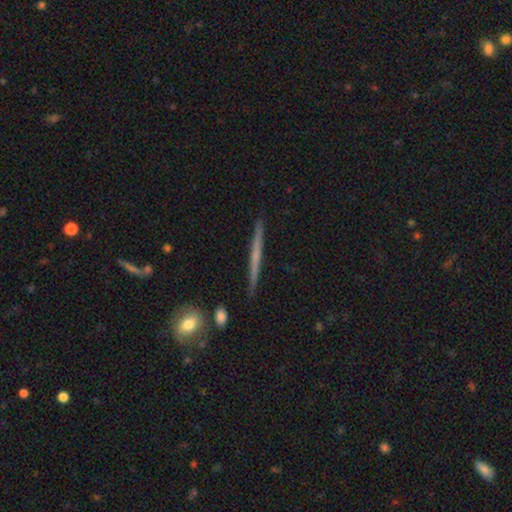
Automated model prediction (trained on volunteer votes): A featured or disk galaxy (59%) viewed edge-on (97%) with no central bulge (76%).

Vote fractions:
- Smooth or featured? featured or disk: 59% / smooth: 35% / star or artifact: 7%
- Edge-on disk? yes: 97% / no: 3%
- Edge-on bulge? none: 76% / rounded: 18% / boxy: 6%
- Merging? none: 90% / minor disturbance: 7% / merger: 2% / major disturbance: 1%